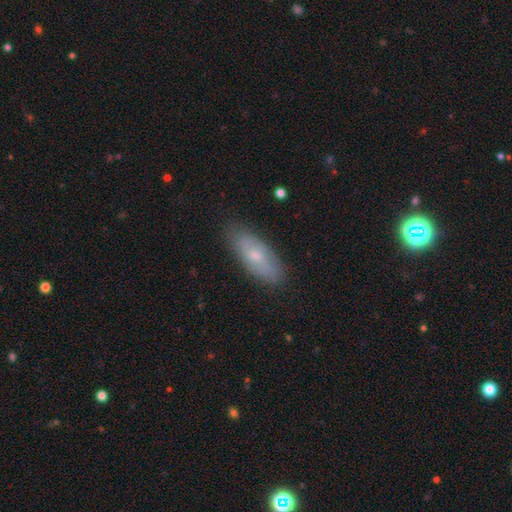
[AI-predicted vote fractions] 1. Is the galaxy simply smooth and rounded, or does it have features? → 54% smooth, 39% featured or disk, 7% star or artifact.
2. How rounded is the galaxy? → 74% in between, 23% cigar-shaped, 3% round.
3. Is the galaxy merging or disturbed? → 82% none, 14% minor disturbance, 3% major disturbance, 1% merger.